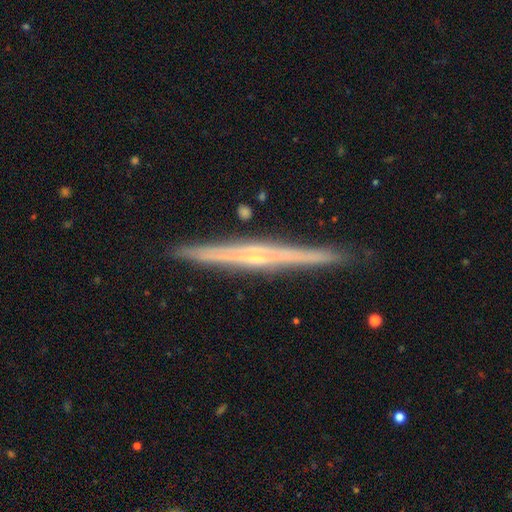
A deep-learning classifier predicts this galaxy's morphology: The model was most divided on "edge-on bulge": rounded: 60%, none: 31%, boxy: 9%. More confident: edge-on disk — yes (98%); merging — none (90%); smooth or featured — featured or disk (80%).